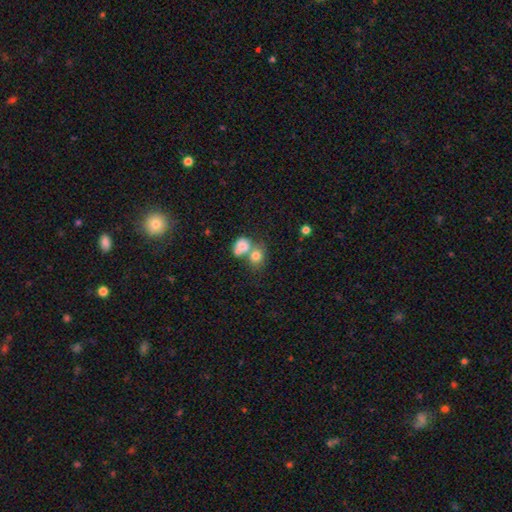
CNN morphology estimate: This is likely a smooth galaxy (77%). How rounded: likely round (69%). Merging: possibly merger (50%).